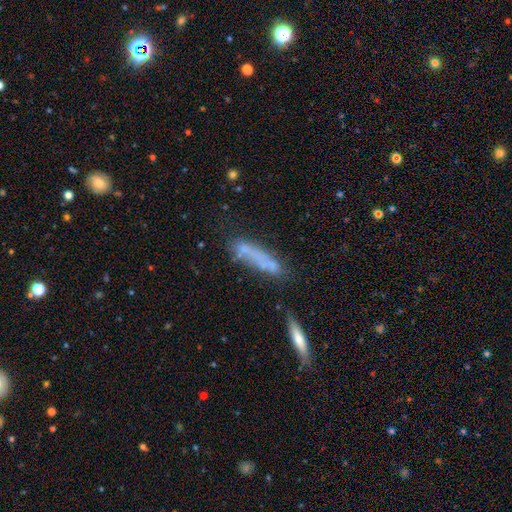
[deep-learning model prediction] smooth_or_featured: smooth (p=0.54) [alt: featured or disk p=0.32]
how_rounded: cigar-shaped (p=0.78) [alt: in between p=0.19]
merging: none (p=0.51) [alt: minor disturbance p=0.21]